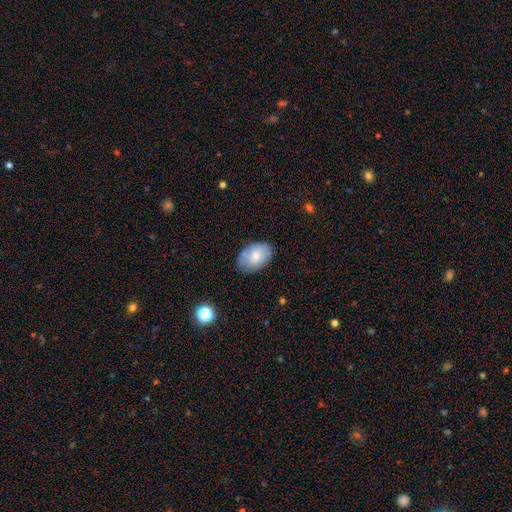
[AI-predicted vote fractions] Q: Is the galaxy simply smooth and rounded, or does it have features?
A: smooth — 67%.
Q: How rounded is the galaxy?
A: in between — 86%.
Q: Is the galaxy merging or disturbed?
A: none — 75%.